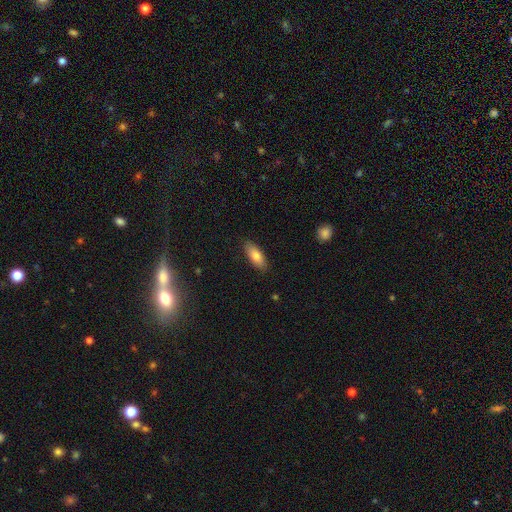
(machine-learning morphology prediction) smooth 79%, featured or disk 14%, star or artifact 6%. Down the decision tree: how rounded — in between (79%); merging — none (87%).